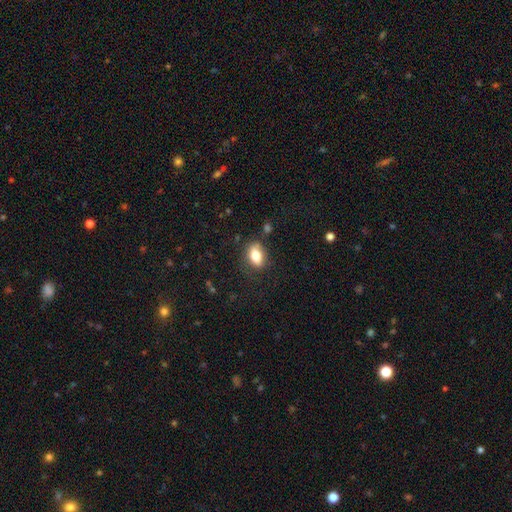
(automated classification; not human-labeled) Overall: smooth (78%). How rounded: in between (84%). Merging: none (72%).